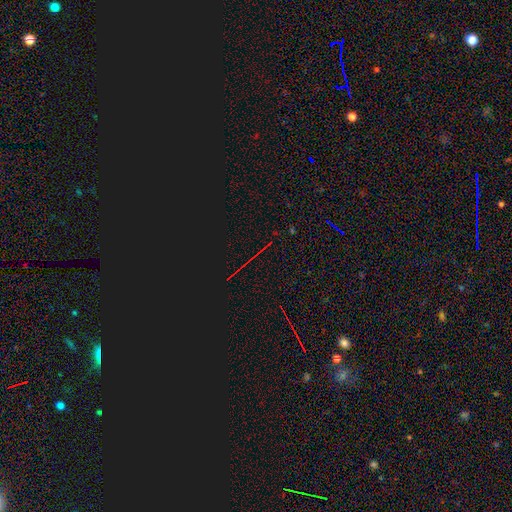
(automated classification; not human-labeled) A star or artifact, not a galaxy (82%).

Vote fractions:
- Smooth or featured? star or artifact: 82% / featured or disk: 9% / smooth: 8%